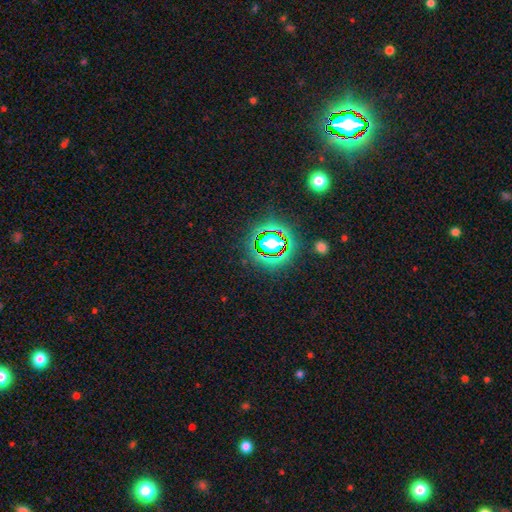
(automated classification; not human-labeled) This is clearly a star or artifact rather than a galaxy (81%).